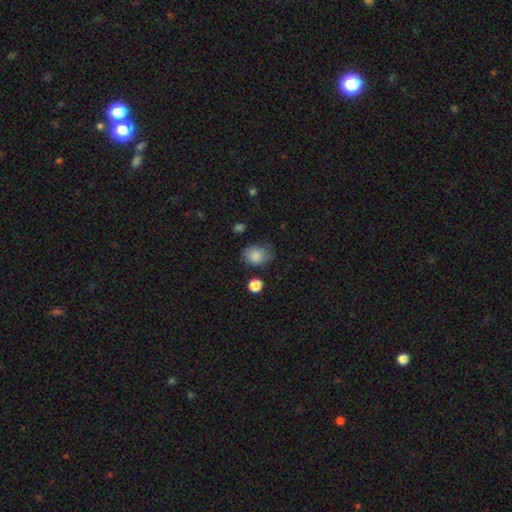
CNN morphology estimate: smooth 85%, star or artifact 8%, featured or disk 6%. Down the decision tree: how rounded — in between (58%); merging — none (66%).